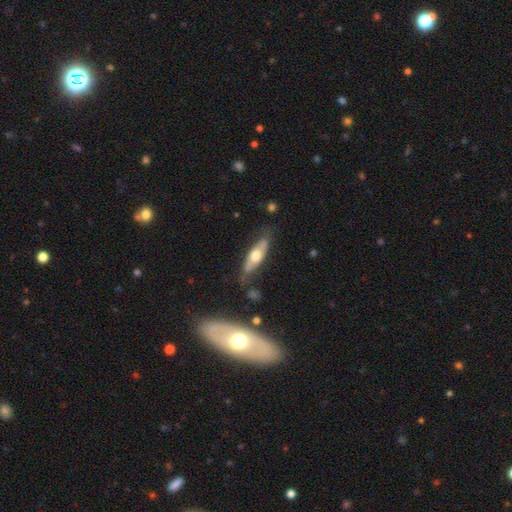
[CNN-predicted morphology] Q: Smooth or featured?
A: smooth (48%); runner-up: featured or disk (47%)
Q: Merging?
A: none (74%); runner-up: minor disturbance (18%)